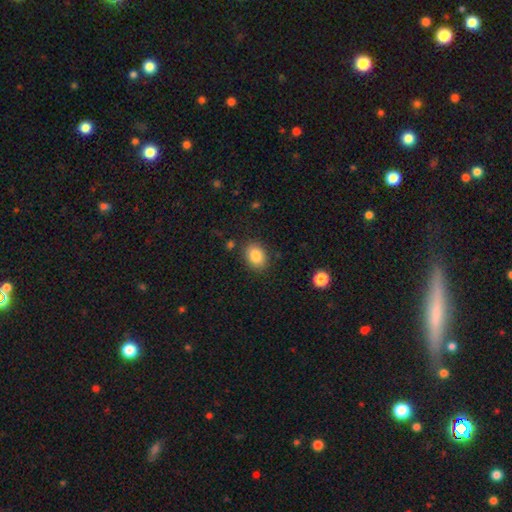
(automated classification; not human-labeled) This appears to be a smooth galaxy with no disk features (85%) that is in between round and cigar-shaped (67%). Merging: none (84%).